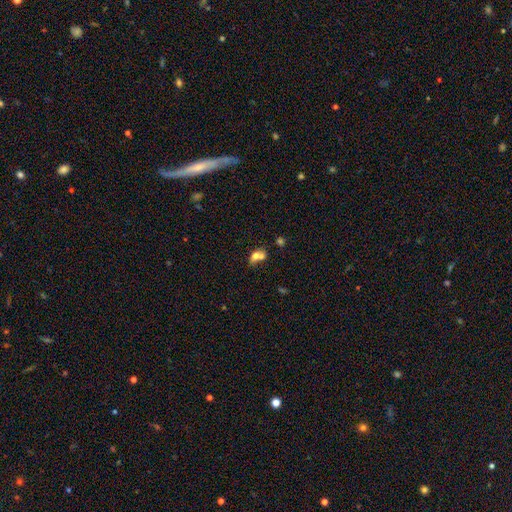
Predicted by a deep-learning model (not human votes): smooth_or_featured: smooth (p=0.66) [alt: featured or disk p=0.23]
how_rounded: in between (p=0.56) [alt: round p=0.40]
merging: merger (p=0.63) [alt: none p=0.21]